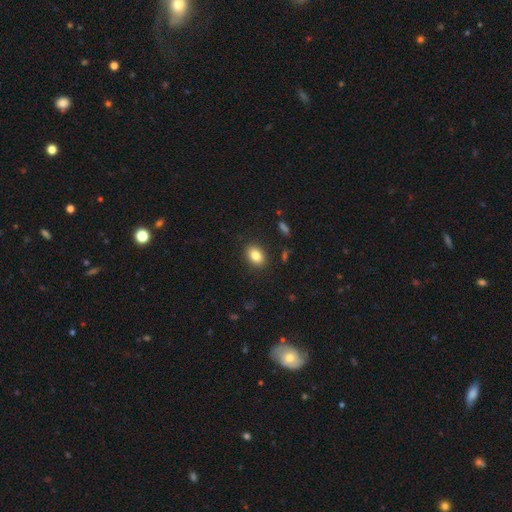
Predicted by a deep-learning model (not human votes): Q: Smooth or featured?
A: smooth (84%); runner-up: star or artifact (8%)
Q: How rounded?
A: in between (78%); runner-up: round (20%)
Q: Merging?
A: none (88%); runner-up: minor disturbance (8%)